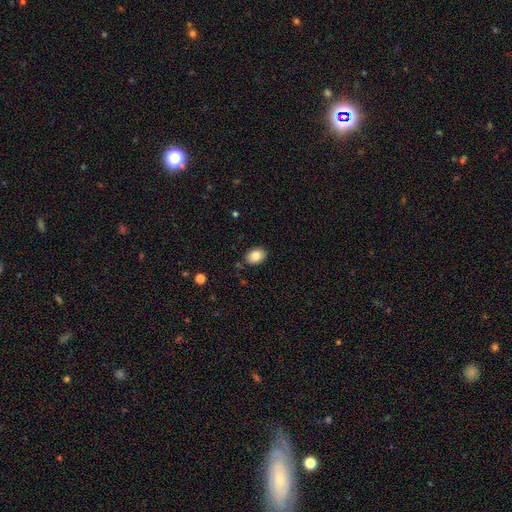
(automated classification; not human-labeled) Smooth or featured: smooth — 84% (star or artifact — 8%)
How rounded: in between — 72% (round — 27%)
Merging: none — 84% (minor disturbance — 11%)